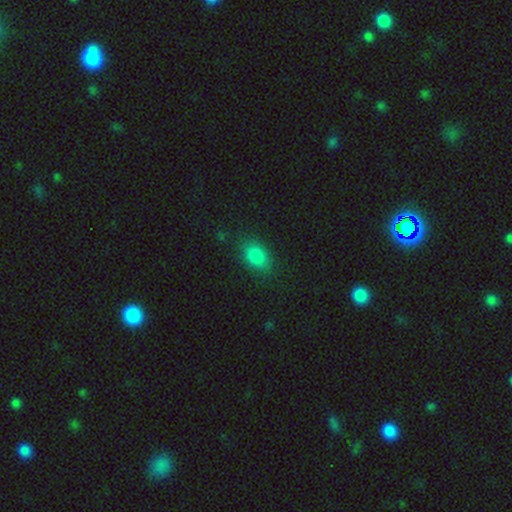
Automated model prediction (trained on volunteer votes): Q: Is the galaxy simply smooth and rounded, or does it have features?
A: smooth — 83%.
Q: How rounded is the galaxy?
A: in between — 79%.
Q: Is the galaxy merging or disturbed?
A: none — 81%.